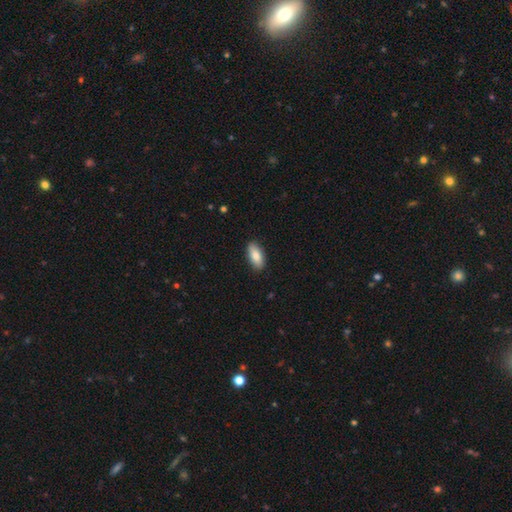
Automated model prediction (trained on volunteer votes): Smooth or featured: smooth — 83% (featured or disk — 11%)
How rounded: in between — 88% (cigar-shaped — 10%)
Merging: none — 89% (minor disturbance — 9%)